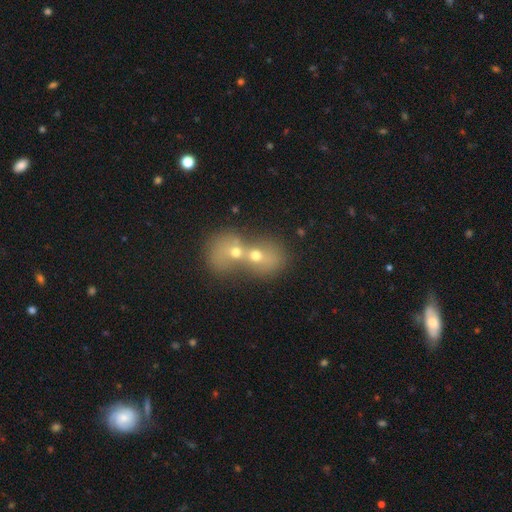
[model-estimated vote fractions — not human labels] Smooth or featured: smooth — 54% (featured or disk — 31%)
How rounded: round — 59% (in between — 39%)
Merging: merger — 82% (none — 11%)